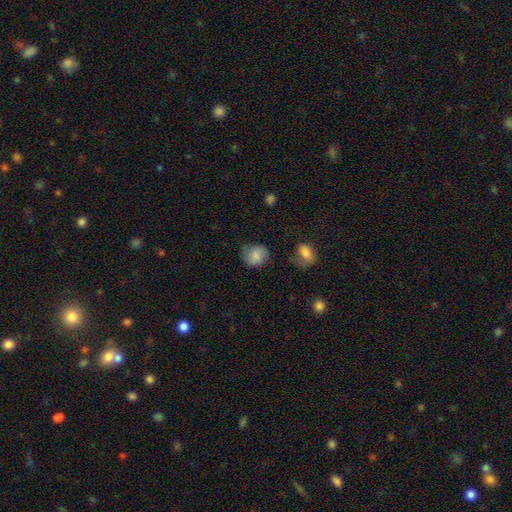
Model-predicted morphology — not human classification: A smooth galaxy with no disk features (80%) that is round (72%). Merging: none (64%).